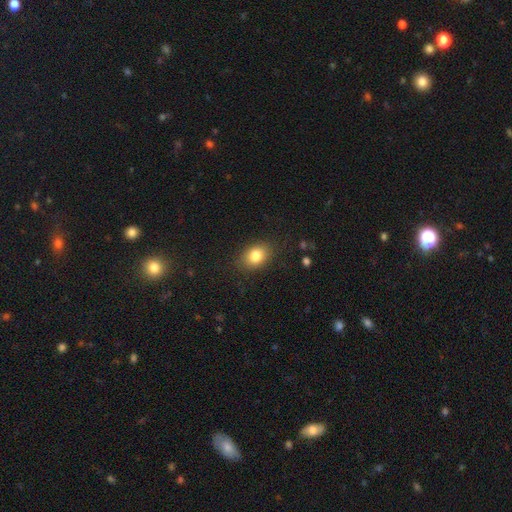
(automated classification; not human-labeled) smooth 82%, star or artifact 10%, featured or disk 8%. Down the decision tree: how rounded — in between (66%); merging — none (84%).